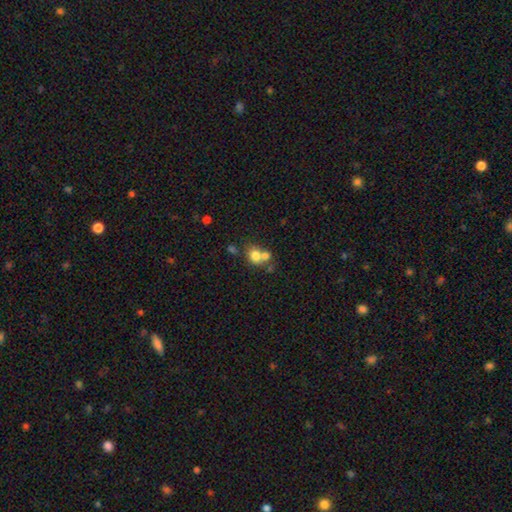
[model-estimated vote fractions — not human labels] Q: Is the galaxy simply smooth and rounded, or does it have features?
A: smooth — 73%.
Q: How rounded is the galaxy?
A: round — 64%.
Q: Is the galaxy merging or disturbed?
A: merger — 55%.